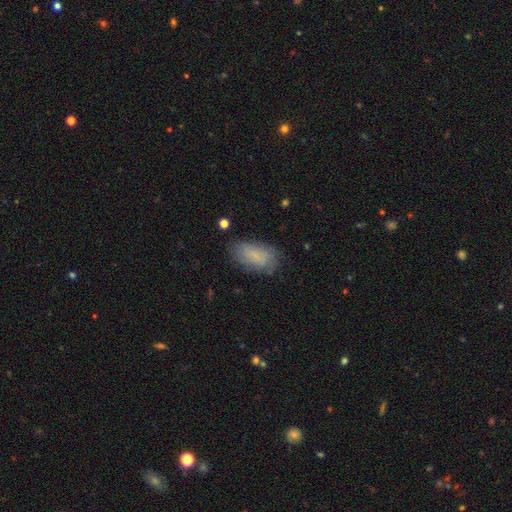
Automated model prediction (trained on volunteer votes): This appears to be a smooth galaxy with no disk features (75%) that is in between round and cigar-shaped (92%). Merging: none (71%).